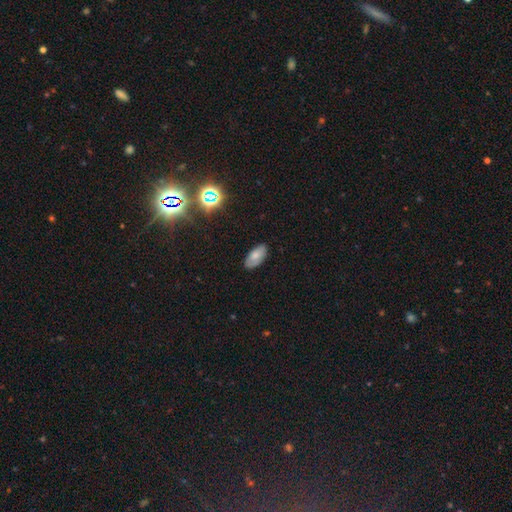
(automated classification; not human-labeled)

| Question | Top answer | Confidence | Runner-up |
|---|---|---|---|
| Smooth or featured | smooth | 72% | featured or disk (17%) |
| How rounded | in between | 92% | cigar-shaped (5%) |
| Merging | none | 80% | minor disturbance (15%) |